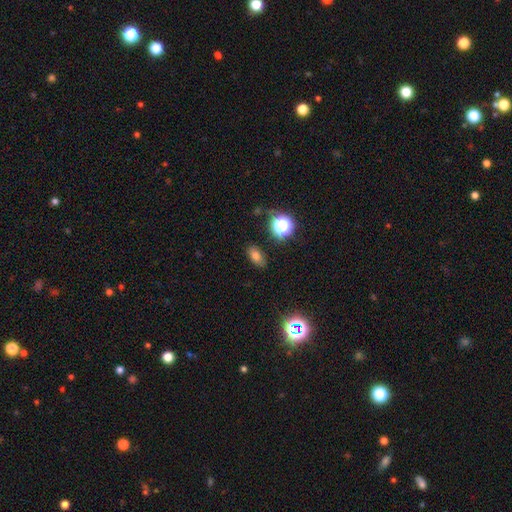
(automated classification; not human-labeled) Smooth or featured? smooth (72%)
How rounded? in between (84%)
Merging? none (85%)